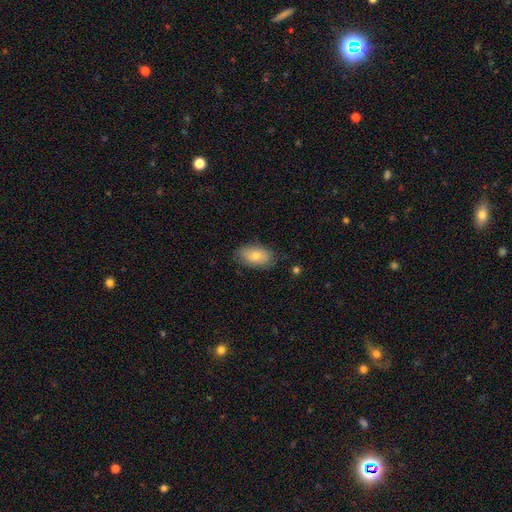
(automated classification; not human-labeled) Overall: smooth (72%). How rounded: in between (91%). Merging: none (80%).